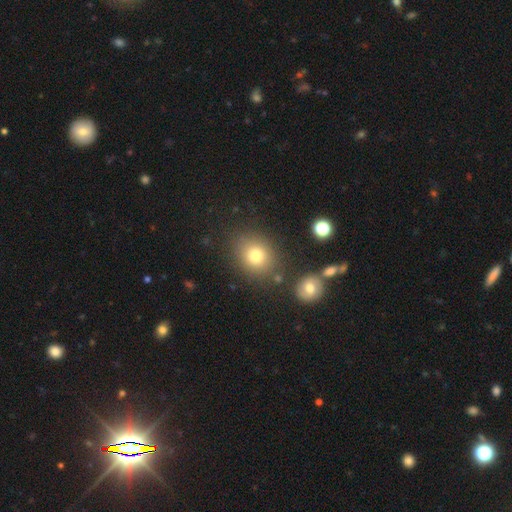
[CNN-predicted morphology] Smooth or featured: smooth — 78% (star or artifact — 13%)
How rounded: round — 69% (in between — 30%)
Merging: none — 80% (minor disturbance — 11%)